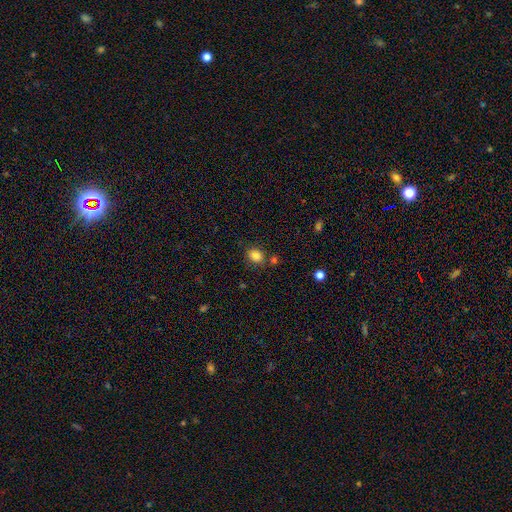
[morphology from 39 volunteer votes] Smooth or featured?
  - smooth: 87% *
  - featured or disk: 10%
  - star or artifact: 3%
How rounded?
  - in between: 65% *
  - round: 35%
  - cigar-shaped: 0%
Merging?
  - none: 68% *
  - minor disturbance: 21%
  - major disturbance: 5%
  - merger: 5%